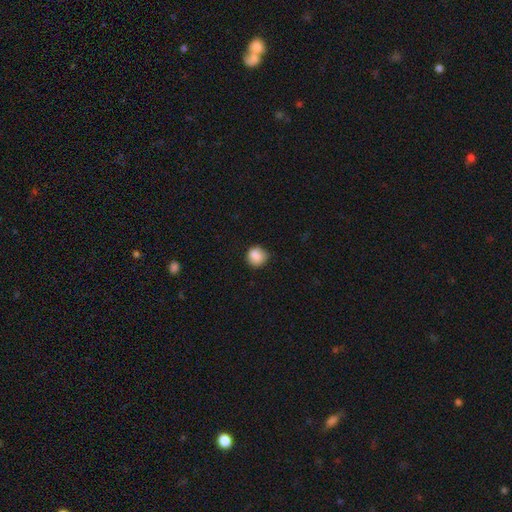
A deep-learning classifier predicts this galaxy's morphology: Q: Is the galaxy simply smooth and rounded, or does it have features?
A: smooth — 83%.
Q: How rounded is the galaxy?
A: round — 82%.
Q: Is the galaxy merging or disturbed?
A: none — 69%.